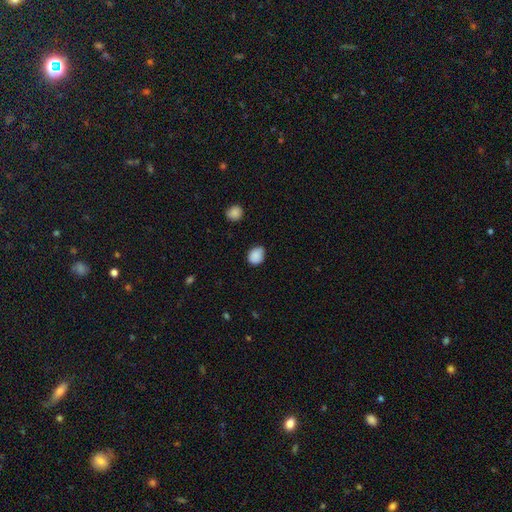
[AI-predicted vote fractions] Smooth or featured? smooth (88%)
How rounded? in between (54%)
Merging? none (75%)